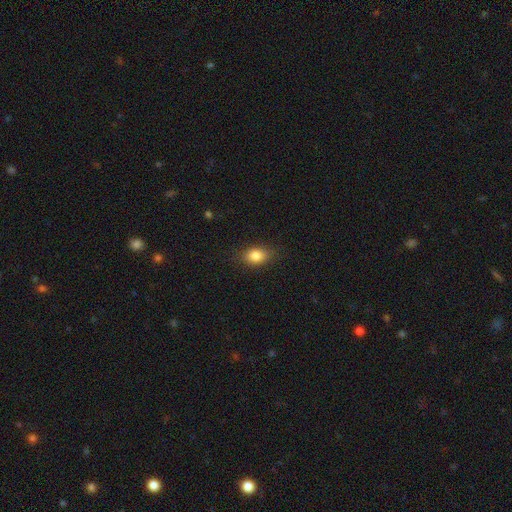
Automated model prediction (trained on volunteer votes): smooth-or-featured: smooth: 83% | star or artifact: 9% | featured or disk: 7%
  how-rounded: in between: 74% | round: 24% | cigar-shaped: 2%
  merging: none: 82% | minor disturbance: 14% | major disturbance: 3% | merger: 1%